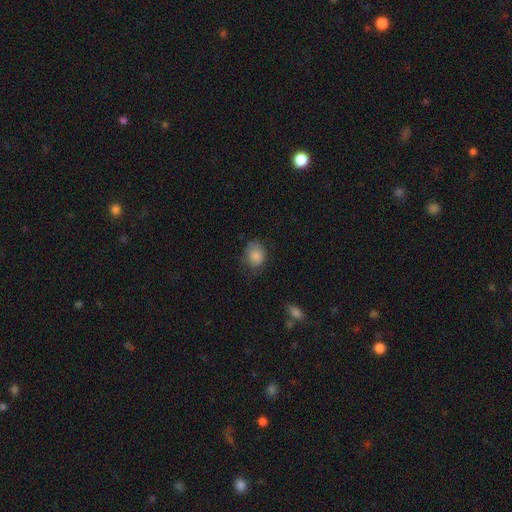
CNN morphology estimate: Smooth or featured? Predicted: smooth (p=0.85). How rounded? Predicted: round (p=0.55). Merging? Predicted: none (p=0.65).